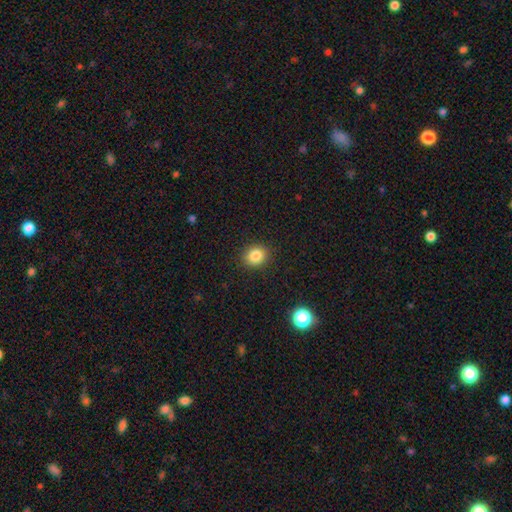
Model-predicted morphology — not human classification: Overall: smooth (85%). How rounded: round (68%; in between 31%). Merging: none (90%).